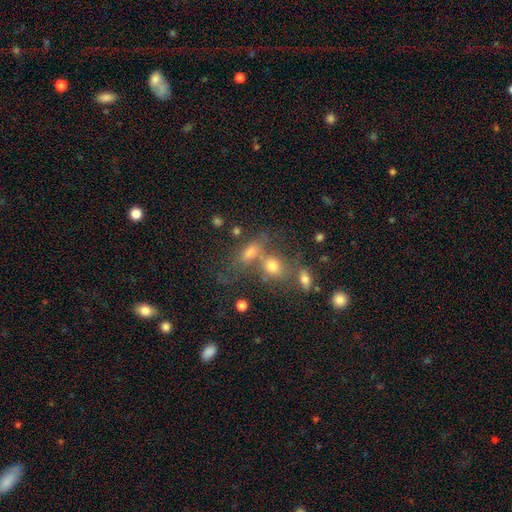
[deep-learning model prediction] Smooth or featured: smooth — 53% (star or artifact — 26%)
How rounded: round — 56% (in between — 38%)
Merging: merger — 53% (none — 32%)